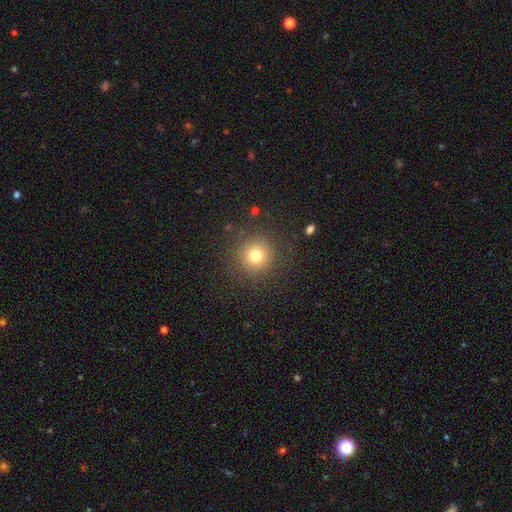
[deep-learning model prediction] smooth 76%, star or artifact 15%, featured or disk 9%. Down the decision tree: how rounded — round (94%); merging — none (88%).